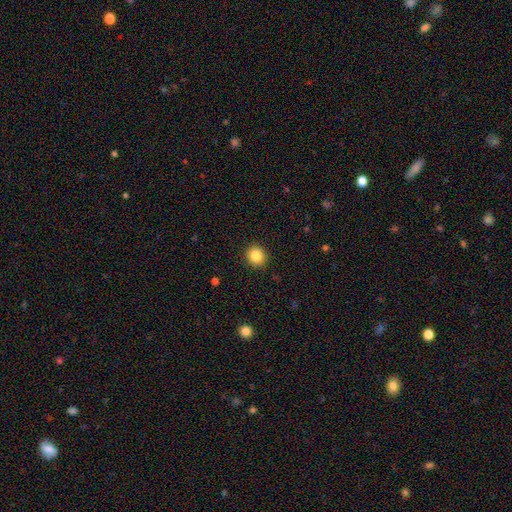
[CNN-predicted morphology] Smooth or featured? smooth (84%)
How rounded? round (87%)
Merging? none (92%)